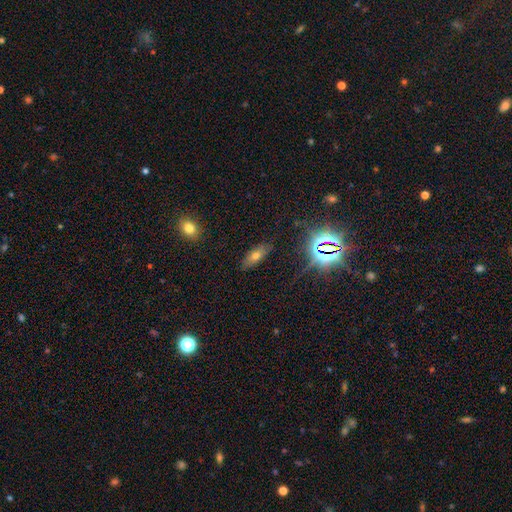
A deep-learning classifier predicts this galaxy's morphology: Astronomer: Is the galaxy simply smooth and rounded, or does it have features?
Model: smooth — 57%.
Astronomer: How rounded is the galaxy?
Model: in between — 72%.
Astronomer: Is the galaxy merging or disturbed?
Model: none — 84%.